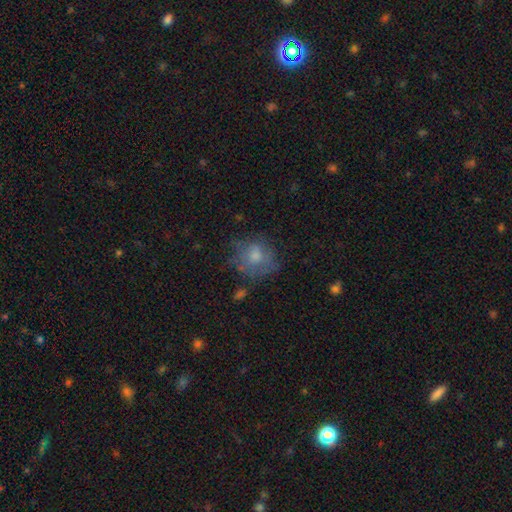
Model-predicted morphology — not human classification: type=smooth (58%); roundness=round (73%); merging=none (58%).